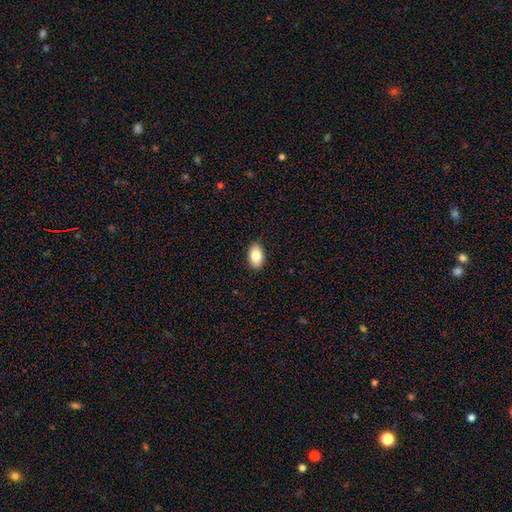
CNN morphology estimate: Q: Smooth or featured?
A: smooth (82%); runner-up: featured or disk (10%)
Q: How rounded?
A: in between (91%); runner-up: round (7%)
Q: Merging?
A: none (89%); runner-up: minor disturbance (8%)